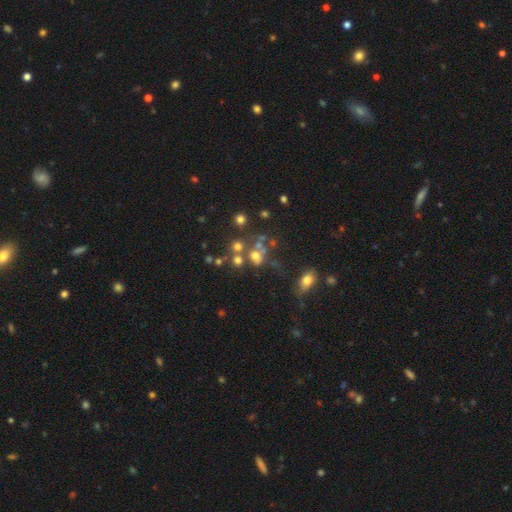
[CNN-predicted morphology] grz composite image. It shows a smooth galaxy with no disk features (56%) that is round (69%). Merging: none (43%).